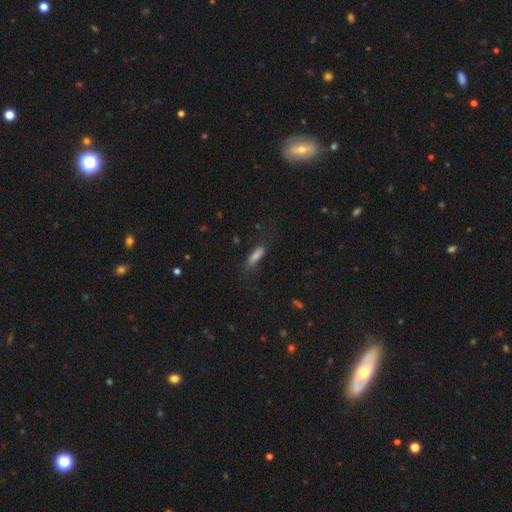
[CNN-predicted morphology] smooth_or_featured: smooth (p=0.70) [alt: featured or disk p=0.18]
how_rounded: cigar-shaped (p=0.64) [alt: in between p=0.33]
merging: none (p=0.65) [alt: minor disturbance p=0.21]